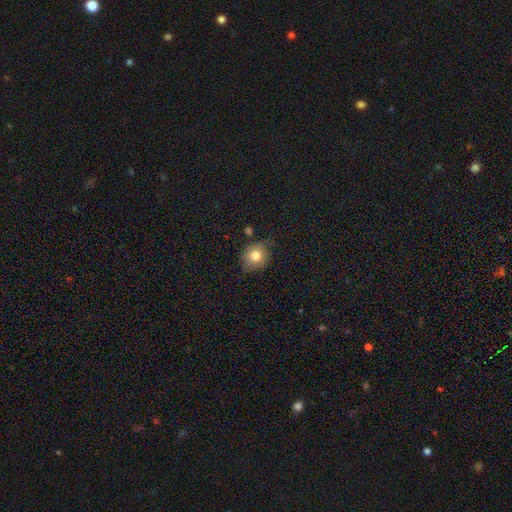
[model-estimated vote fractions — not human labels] Smooth or featured: smooth — 79% (star or artifact — 11%)
How rounded: round — 82% (in between — 17%)
Merging: none — 75% (minor disturbance — 19%)